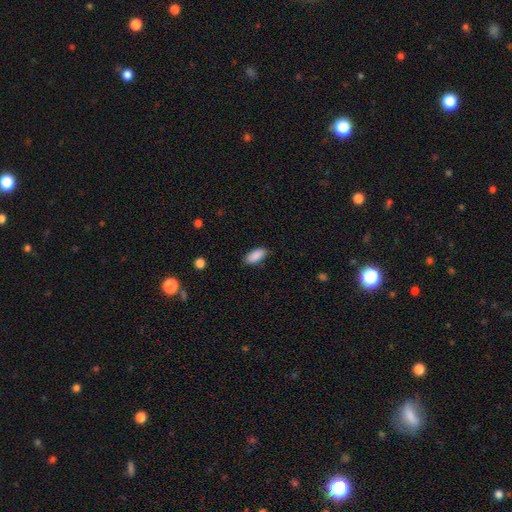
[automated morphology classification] This is clearly a smooth galaxy (89%). How rounded: clearly in between (88%). Merging: clearly none (84%).